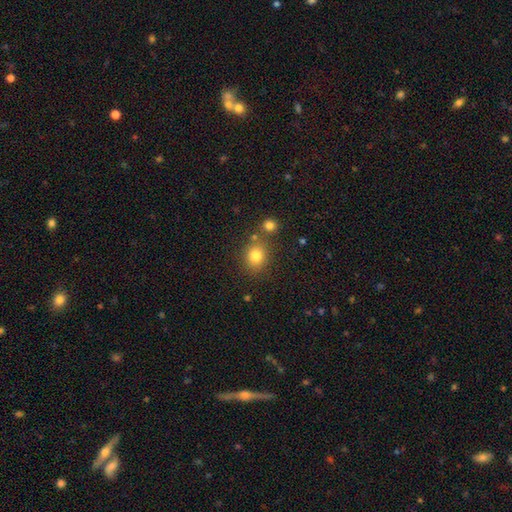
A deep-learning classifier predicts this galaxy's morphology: The model was most divided on "how rounded": round: 69%, in between: 30%, cigar-shaped: 1%. More confident: smooth or featured — smooth (81%); merging — none (71%).